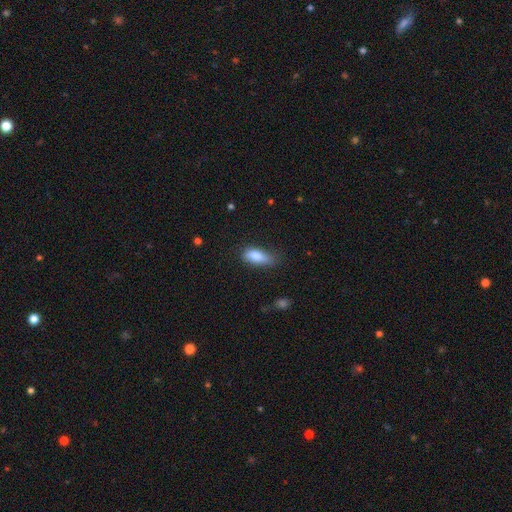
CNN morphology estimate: Q: Smooth or featured?
A: smooth (83%); runner-up: featured or disk (9%)
Q: How rounded?
A: in between (76%); runner-up: cigar-shaped (21%)
Q: Merging?
A: none (49%); runner-up: minor disturbance (36%)